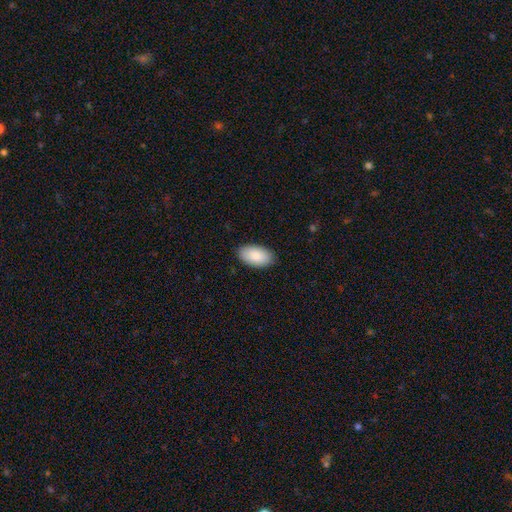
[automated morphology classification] This appears to be a smooth galaxy with no disk features (87%) that is in between round and cigar-shaped (96%). Merging: none (88%).